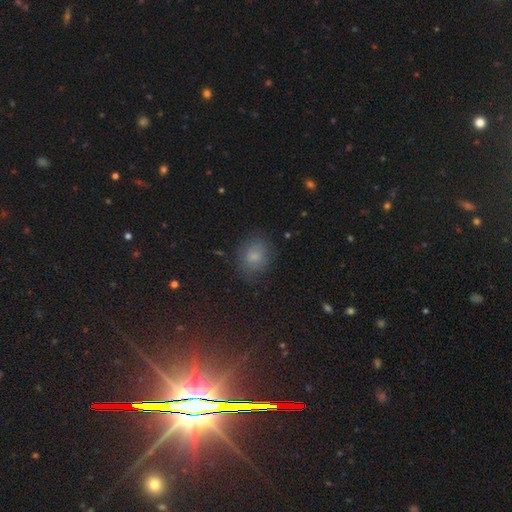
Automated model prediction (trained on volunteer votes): Smooth or featured: smooth — 74% (star or artifact — 15%)
How rounded: round — 61% (in between — 38%)
Merging: none — 80% (minor disturbance — 14%)